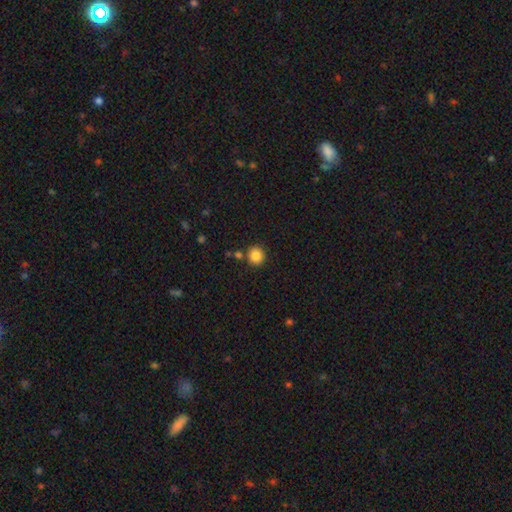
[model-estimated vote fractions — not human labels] Smooth or featured: smooth — 86% (star or artifact — 10%)
How rounded: round — 86% (in between — 13%)
Merging: none — 81% (minor disturbance — 9%)